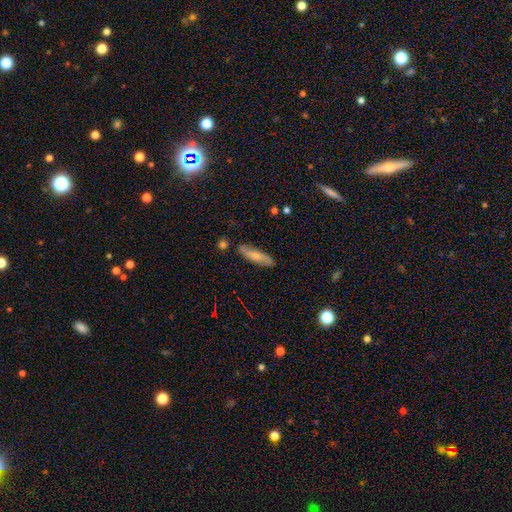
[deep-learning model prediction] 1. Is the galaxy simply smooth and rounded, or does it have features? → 59% smooth, 34% featured or disk, 6% star or artifact.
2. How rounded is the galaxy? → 70% cigar-shaped, 28% in between, 2% round.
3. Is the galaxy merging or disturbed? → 81% none, 14% minor disturbance, 3% major disturbance, 2% merger.